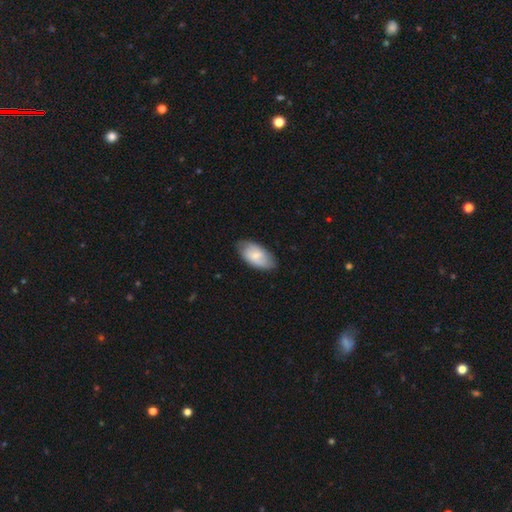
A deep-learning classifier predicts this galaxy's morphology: Q: Smooth or featured?
A: smooth (65%); runner-up: featured or disk (29%)
Q: How rounded?
A: in between (94%); runner-up: cigar-shaped (4%)
Q: Merging?
A: none (79%); runner-up: minor disturbance (17%)